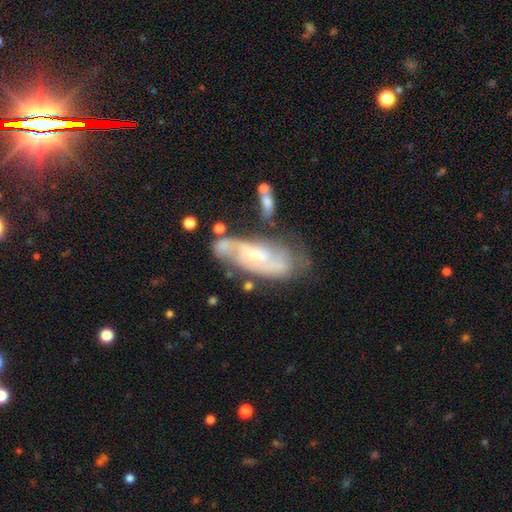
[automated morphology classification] Smooth or featured?
  - featured or disk: 78% *
  - smooth: 16%
  - star or artifact: 6%
Edge-on disk?
  - no: 90% *
  - yes: 10%
Bar?
  - no: 52% *
  - weak: 39%
  - strong: 9%
Spiral arms?
  - yes: 91% *
  - no: 9%
Spiral winding?
  - medium: 44% *
  - tight: 41%
  - loose: 15%
Spiral arm count?
  - 2: 62% *
  - can't tell: 23%
  - 3: 7%
  - 1: 3%
  - 4: 2%
  - more than 4: 2%
Bulge size?
  - small: 57% *
  - moderate: 30%
  - none: 8%
  - large: 3%
  - dominant: 1%
Merging?
  - none: 58% *
  - minor disturbance: 22%
  - major disturbance: 10%
  - merger: 10%